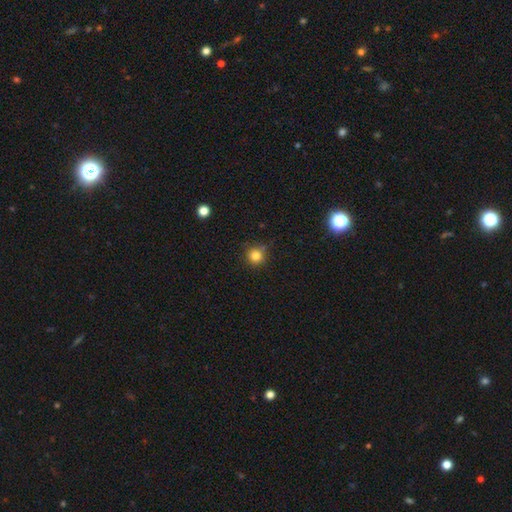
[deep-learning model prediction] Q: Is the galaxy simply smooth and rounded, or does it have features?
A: smooth — 81%.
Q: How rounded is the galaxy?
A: round — 94%.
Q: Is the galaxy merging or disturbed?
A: none — 81%.